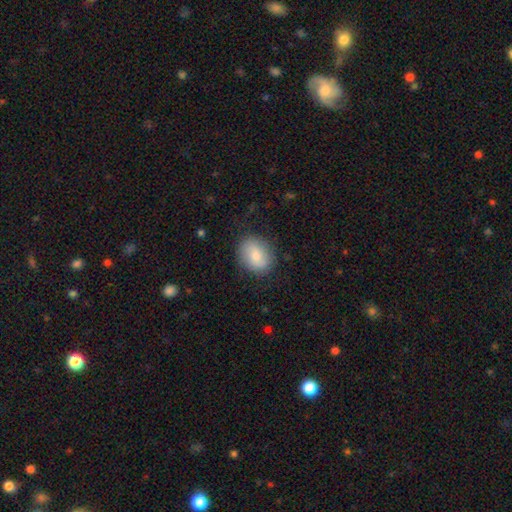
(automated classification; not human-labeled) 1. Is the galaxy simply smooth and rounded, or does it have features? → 72% smooth, 21% featured or disk, 7% star or artifact.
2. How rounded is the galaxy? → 53% round, 46% in between, 1% cigar-shaped.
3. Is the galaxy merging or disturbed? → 81% none, 13% minor disturbance, 4% major disturbance, 1% merger.